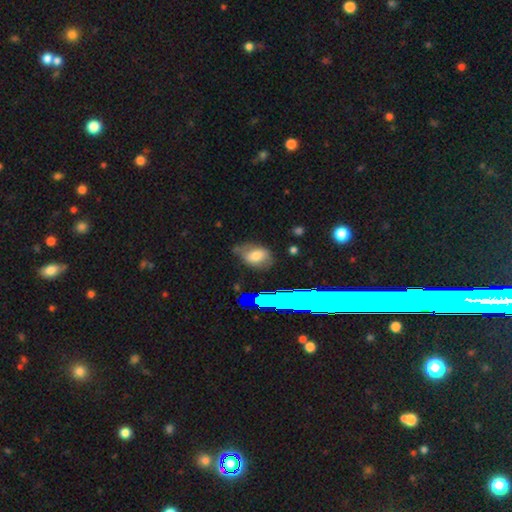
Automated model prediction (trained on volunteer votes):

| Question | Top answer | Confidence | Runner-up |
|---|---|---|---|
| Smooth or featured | smooth | 69% | featured or disk (19%) |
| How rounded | in between | 80% | round (17%) |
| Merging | none | 51% | minor disturbance (34%) |